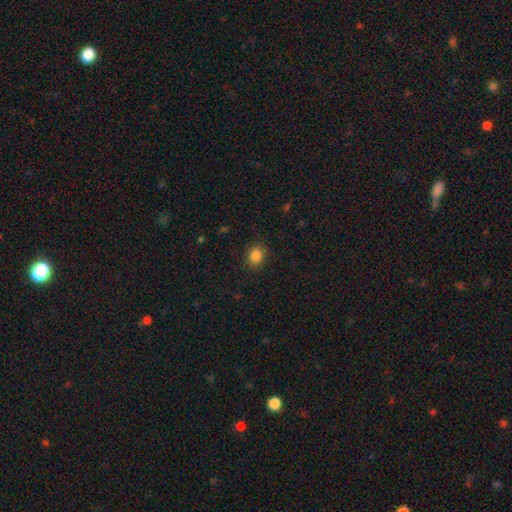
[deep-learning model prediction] Morphology: type=smooth (85%); roundness=round (53%); merging=none (86%).